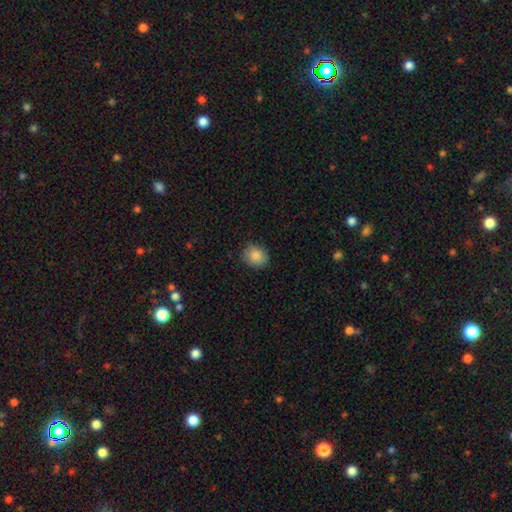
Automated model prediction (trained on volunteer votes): smooth_or_featured: smooth (p=0.87) [alt: star or artifact p=0.08]
how_rounded: round (p=0.62) [alt: in between p=0.37]
merging: none (p=0.85) [alt: minor disturbance p=0.12]